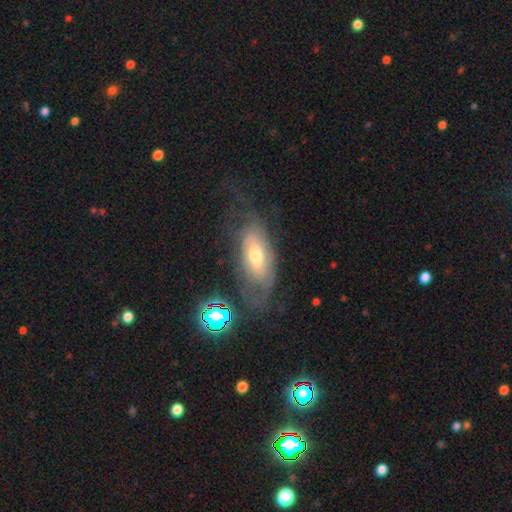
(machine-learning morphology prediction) Overall: featured or disk (58%; smooth 32%). Edge-on disk: no (84%). Merging: none (50%; major disturbance 25%).